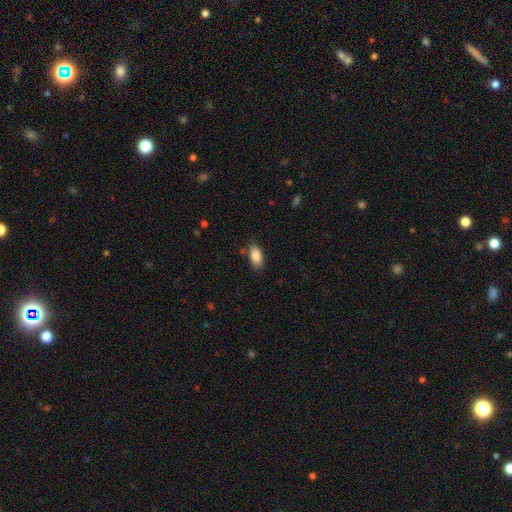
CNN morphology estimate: A smooth galaxy with no disk features (87%) that is in between round and cigar-shaped (91%).

Vote fractions:
- Smooth or featured? smooth: 87% / star or artifact: 7% / featured or disk: 6%
- How rounded? in between: 91% / cigar-shaped: 6% / round: 3%
- Merging? none: 83% / minor disturbance: 13% / major disturbance: 3% / merger: 2%